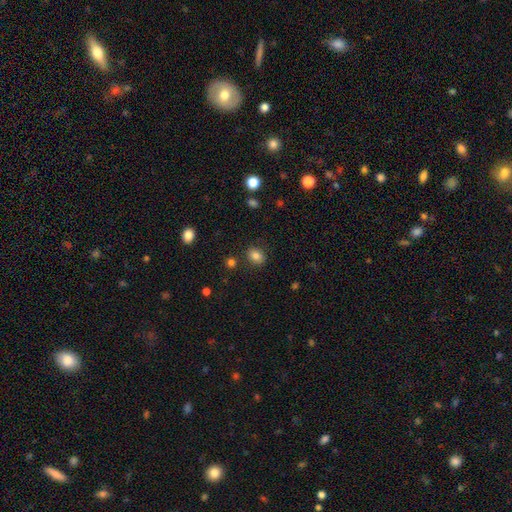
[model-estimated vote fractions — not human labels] Smooth or featured? smooth (83%)
How rounded? in between (51%)
Merging? none (84%)